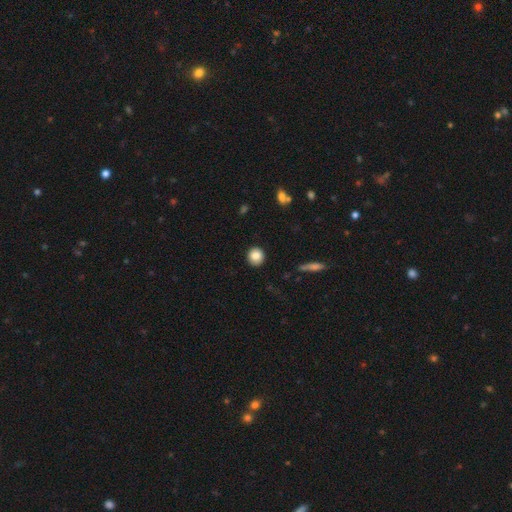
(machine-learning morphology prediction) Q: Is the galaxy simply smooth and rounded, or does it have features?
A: smooth — 85%.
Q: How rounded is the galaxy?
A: round — 89%.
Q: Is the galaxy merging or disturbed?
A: none — 90%.